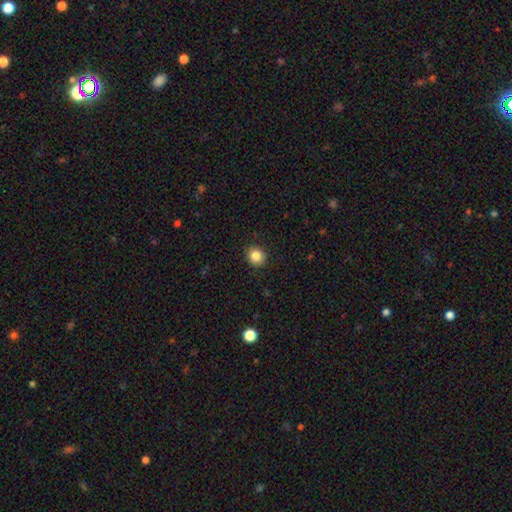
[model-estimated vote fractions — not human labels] smooth_or_featured: smooth (p=0.85) [alt: star or artifact p=0.10]
how_rounded: round (p=0.85) [alt: in between p=0.14]
merging: none (p=0.91) [alt: minor disturbance p=0.06]